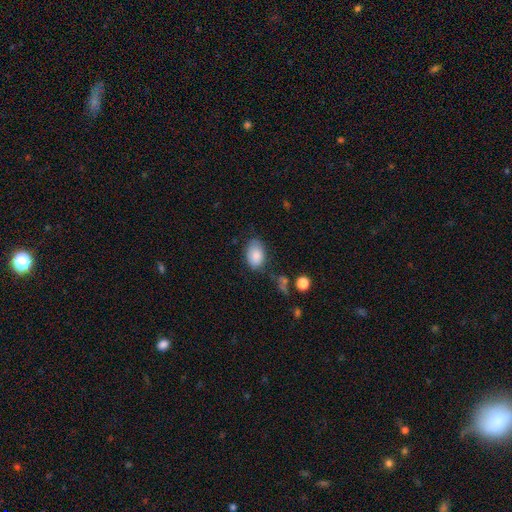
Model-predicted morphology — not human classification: smooth-or-featured: smooth: 85% | featured or disk: 7% | star or artifact: 7%
  how-rounded: in between: 88% | round: 11% | cigar-shaped: 1%
  merging: none: 64% | minor disturbance: 25% | major disturbance: 7% | merger: 3%